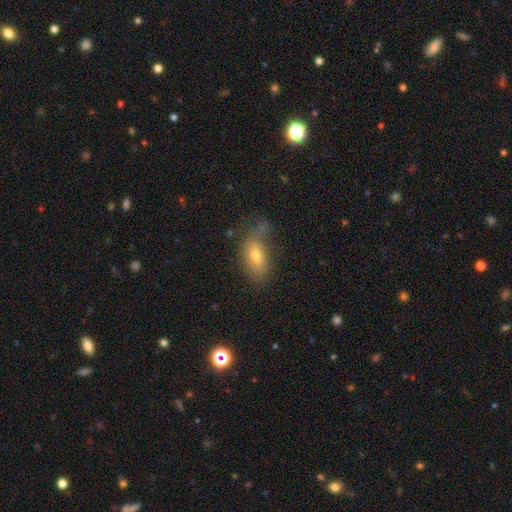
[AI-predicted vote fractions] smooth_or_featured: smooth (p=0.69) [alt: featured or disk p=0.21]
how_rounded: in between (p=0.85) [alt: round p=0.08]
merging: none (p=0.52) [alt: minor disturbance p=0.25]